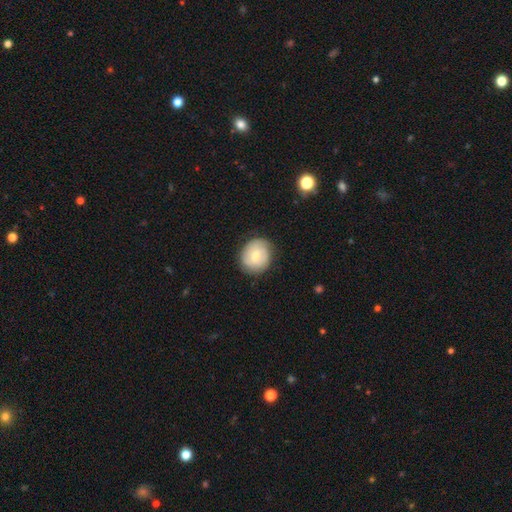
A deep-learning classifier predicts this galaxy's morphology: A smooth galaxy with no disk features (58%) that is round (73%).

Vote fractions:
- Smooth or featured? smooth: 58% / featured or disk: 35% / star or artifact: 7%
- How rounded? round: 73% / in between: 26% / cigar-shaped: 1%
- Merging? none: 79% / minor disturbance: 16% / major disturbance: 4% / merger: 1%